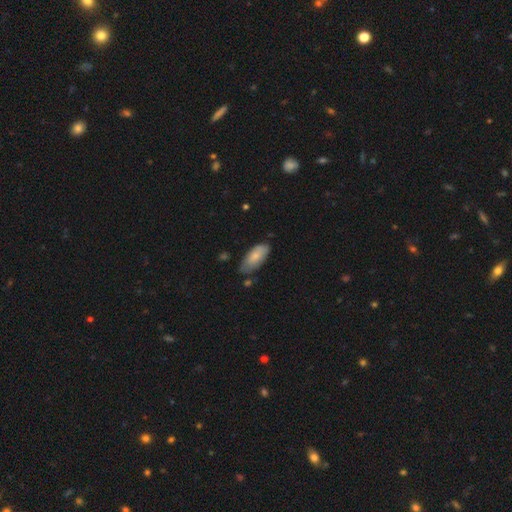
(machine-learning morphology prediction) Overall: smooth (76%). How rounded: in between (87%). Merging: none (64%; minor disturbance 28%).